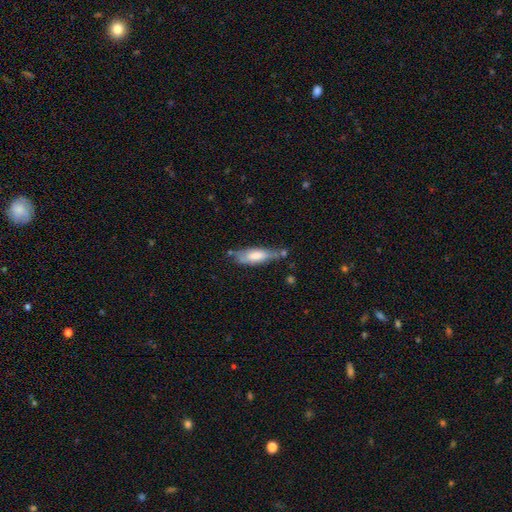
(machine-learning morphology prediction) A smooth galaxy with no disk features (67%) that is in between round and cigar-shaped (56%).

Vote fractions:
- Smooth or featured? smooth: 67% / featured or disk: 27% / star or artifact: 6%
- How rounded? in between: 56% / cigar-shaped: 42% / round: 2%
- Merging? none: 45% / minor disturbance: 33% / merger: 11% / major disturbance: 10%